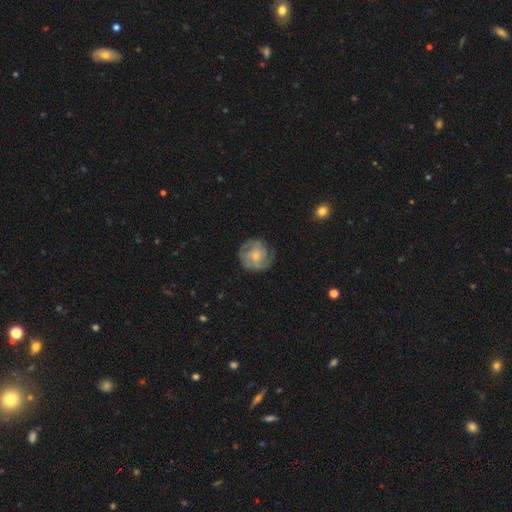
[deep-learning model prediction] Morphology: type=featured or disk (78%); edge-on=no (98%); bar=no (71%); spiral arms=yes (94%); winding=tight (56%); arm count=2 (31%); bulge=small (69%); merging=none (76%).